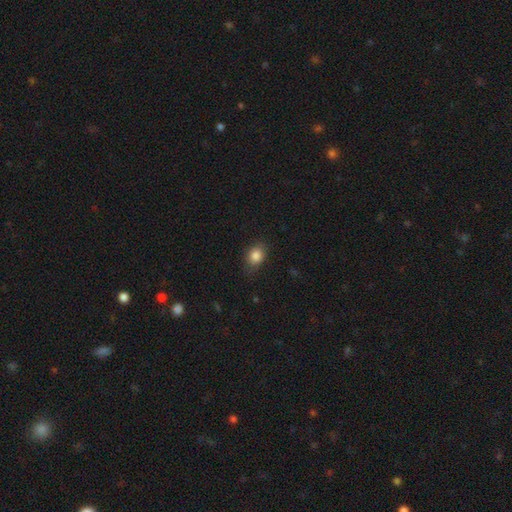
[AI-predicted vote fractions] A smooth galaxy with no disk features (85%) that is in between round and cigar-shaped (60%). Merging: none (80%).